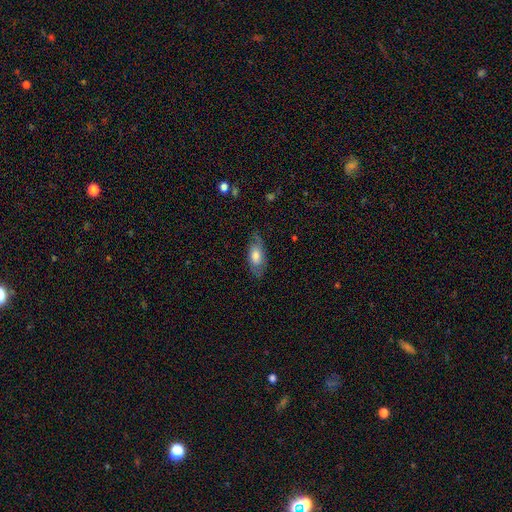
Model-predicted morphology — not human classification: Q: Smooth or featured?
A: smooth (52%); runner-up: featured or disk (40%)
Q: How rounded?
A: in between (81%); runner-up: cigar-shaped (15%)
Q: Merging?
A: none (72%); runner-up: minor disturbance (20%)